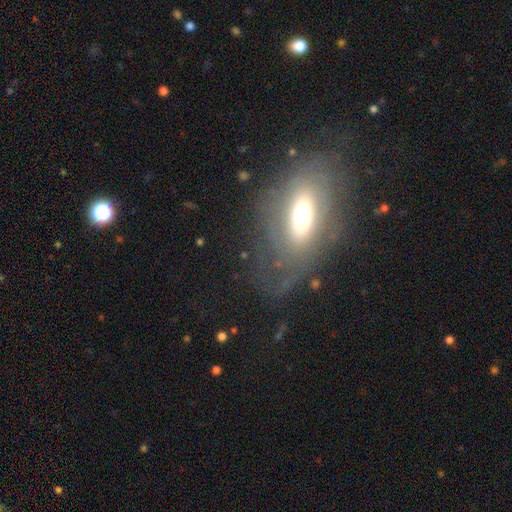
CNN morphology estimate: Smooth or featured? featured or disk (50%)
Edge-on disk? no (72%)
Merging? none (72%)